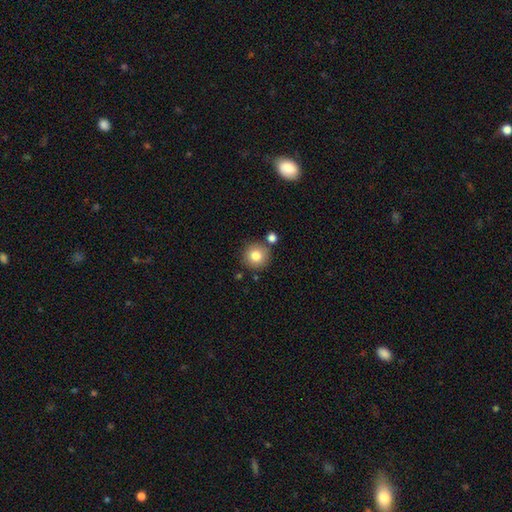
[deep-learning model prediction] Morphology: type=smooth (81%); roundness=round (94%); merging=none (79%).